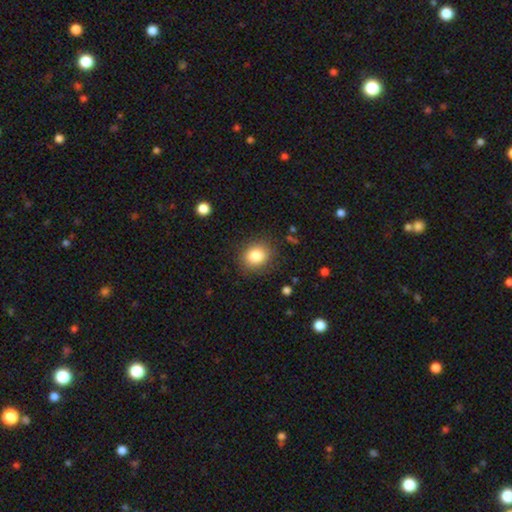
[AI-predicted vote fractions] A smooth galaxy with no disk features (84%) that is round (73%).

Vote fractions:
- Smooth or featured? smooth: 84% / star or artifact: 10% / featured or disk: 7%
- How rounded? round: 73% / in between: 26% / cigar-shaped: 1%
- Merging? none: 86% / minor disturbance: 10% / major disturbance: 3% / merger: 1%